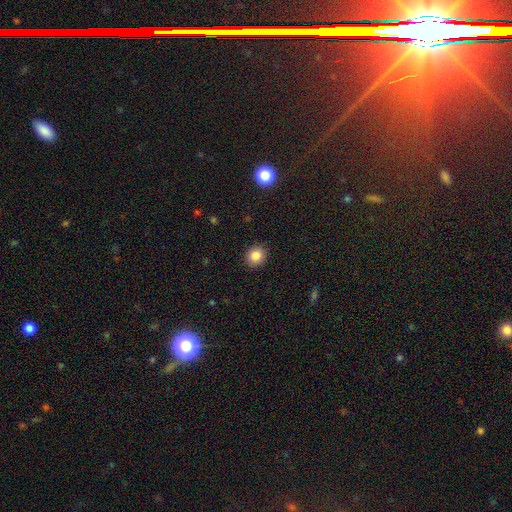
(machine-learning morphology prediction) smooth_or_featured: smooth (p=0.85) [alt: star or artifact p=0.10]
how_rounded: round (p=0.84) [alt: in between p=0.15]
merging: none (p=0.90) [alt: minor disturbance p=0.07]